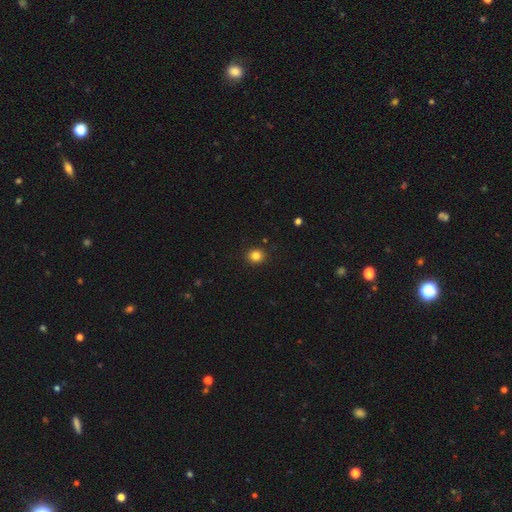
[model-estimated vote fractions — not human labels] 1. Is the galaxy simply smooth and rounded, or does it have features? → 83% smooth, 12% star or artifact, 5% featured or disk.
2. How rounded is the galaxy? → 85% round, 14% in between, 1% cigar-shaped.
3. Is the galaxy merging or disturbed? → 91% none, 6% minor disturbance, 2% major disturbance, 1% merger.